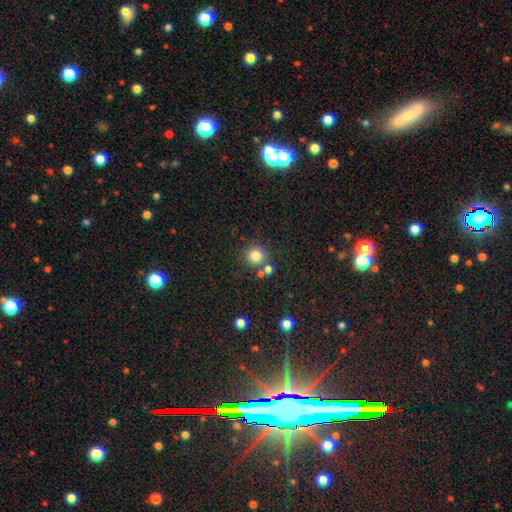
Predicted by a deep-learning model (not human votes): Smooth or featured?
  - smooth: 82% *
  - star or artifact: 12%
  - featured or disk: 6%
How rounded?
  - round: 93% *
  - in between: 6%
  - cigar-shaped: 1%
Merging?
  - none: 75% *
  - merger: 13%
  - minor disturbance: 8%
  - major disturbance: 3%